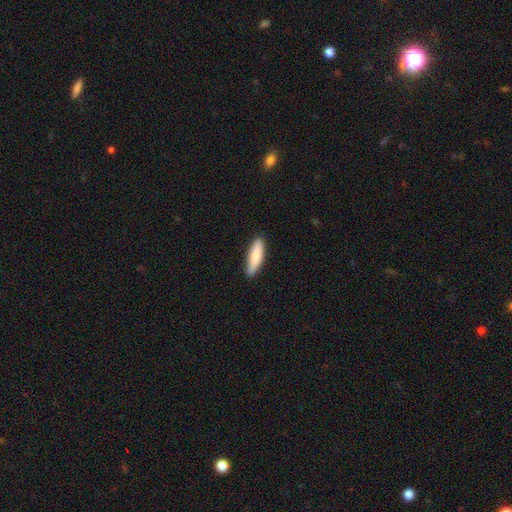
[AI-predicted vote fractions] smooth 83%, featured or disk 12%, star or artifact 5%. Down the decision tree: how rounded — cigar-shaped (66%); merging — none (87%).